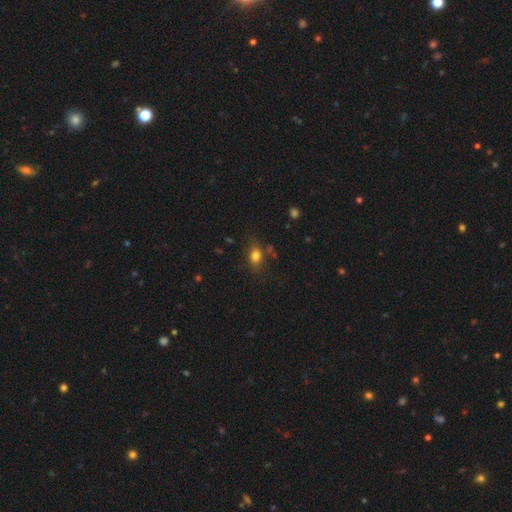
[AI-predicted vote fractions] Smooth or featured? smooth (78%)
How rounded? in between (69%)
Merging? none (71%)